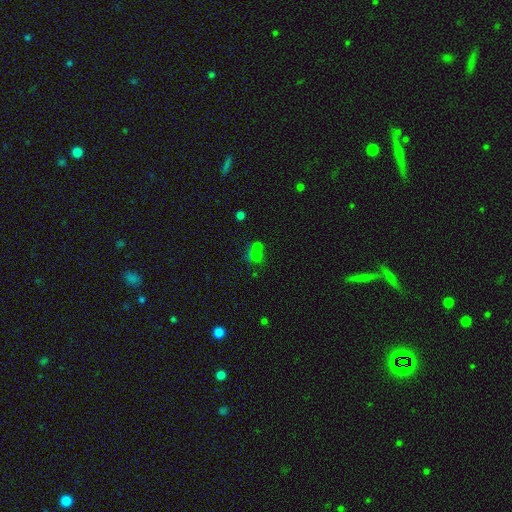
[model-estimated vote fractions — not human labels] Smooth or featured: smooth — 49% (star or artifact — 31%)
Merging: merger — 42% (none — 39%)